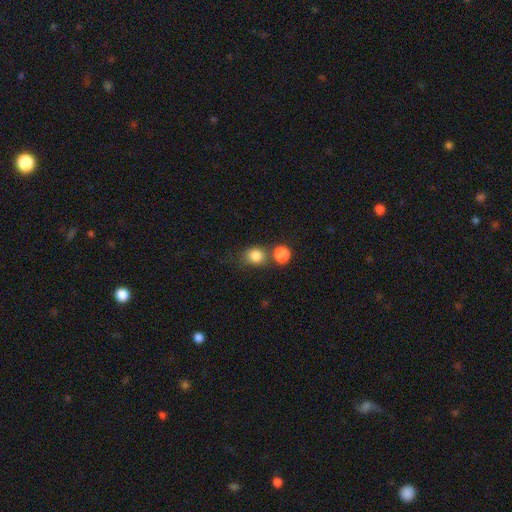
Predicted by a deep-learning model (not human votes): A smooth galaxy with no disk features (83%) that is round (74%).

Vote fractions:
- Smooth or featured? smooth: 83% / star or artifact: 11% / featured or disk: 6%
- How rounded? round: 74% / in between: 25% / cigar-shaped: 1%
- Merging? none: 57% / merger: 27% / minor disturbance: 12% / major disturbance: 5%